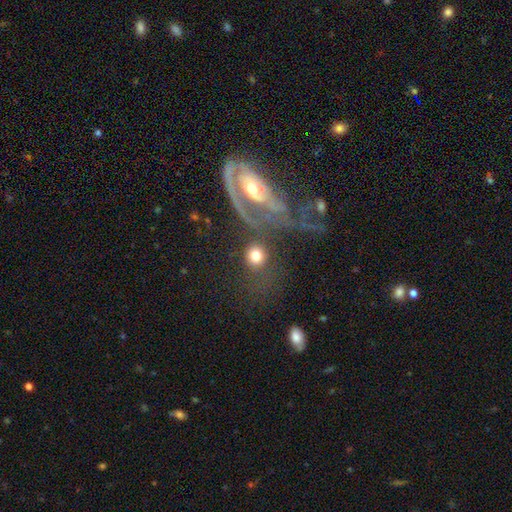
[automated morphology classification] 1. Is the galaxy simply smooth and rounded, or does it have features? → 75% smooth, 16% featured or disk, 9% star or artifact.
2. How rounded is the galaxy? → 81% round, 17% in between, 1% cigar-shaped.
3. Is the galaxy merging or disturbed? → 67% none, 13% merger, 11% minor disturbance, 9% major disturbance.